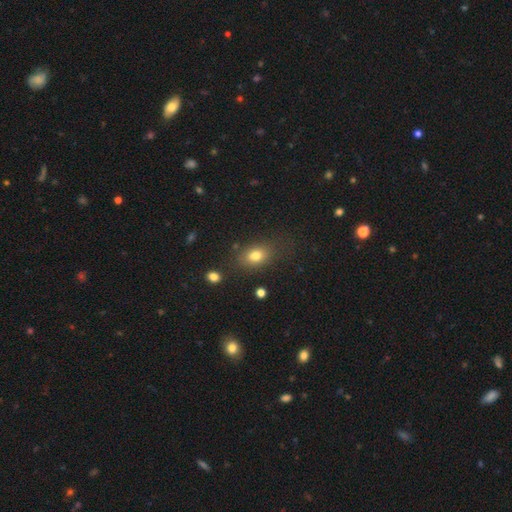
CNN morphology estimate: smooth 78%, star or artifact 12%, featured or disk 11%. Down the decision tree: how rounded — in between (74%); merging — none (71%).